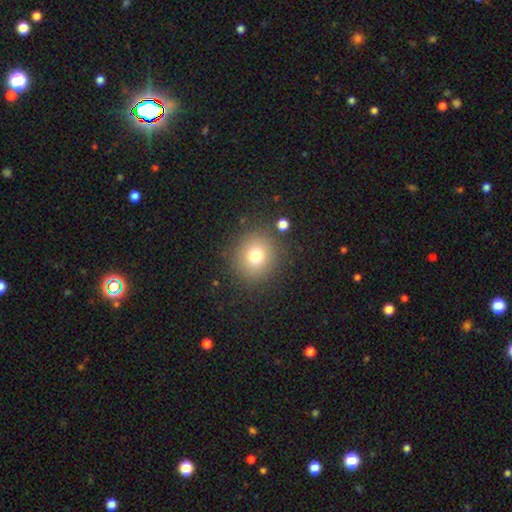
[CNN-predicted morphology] A smooth galaxy with no disk features (75%) that is round (88%). Merging: none (85%).